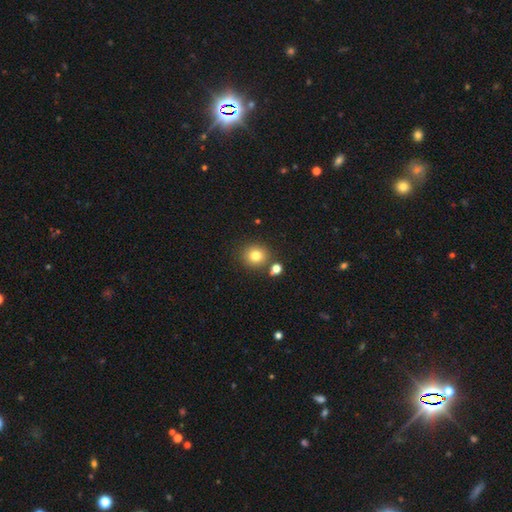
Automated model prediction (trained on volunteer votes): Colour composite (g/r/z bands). It shows a smooth galaxy with no disk features (80%) that is round (87%). Merging: none (79%).